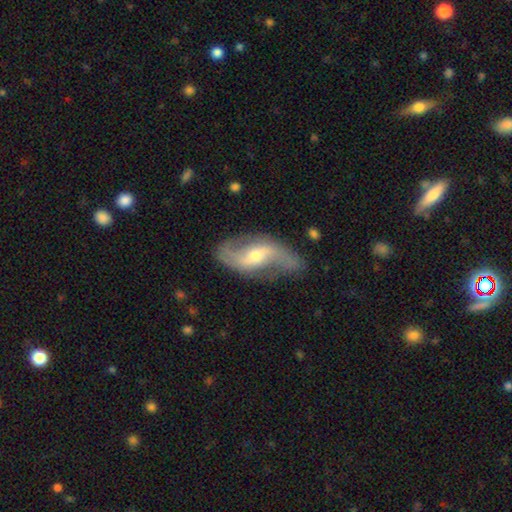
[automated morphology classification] Q: Smooth or featured?
A: featured or disk (86%); runner-up: smooth (9%)
Q: Edge-on disk?
A: no (94%); runner-up: yes (6%)
Q: Bar?
A: weak (42%); runner-up: strong (29%)
Q: Spiral arms?
A: yes (95%); runner-up: no (5%)
Q: Spiral winding?
A: loose (70%); runner-up: medium (23%)
Q: Spiral arm count?
A: 2 (92%); runner-up: can't tell (3%)
Q: Bulge size?
A: moderate (52%); runner-up: small (44%)
Q: Merging?
A: none (73%); runner-up: minor disturbance (18%)